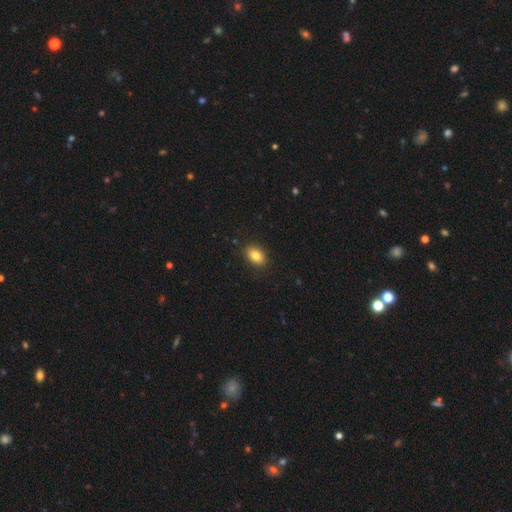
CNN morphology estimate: This is clearly a smooth galaxy (82%). How rounded: clearly in between (83%). Merging: clearly none (88%).